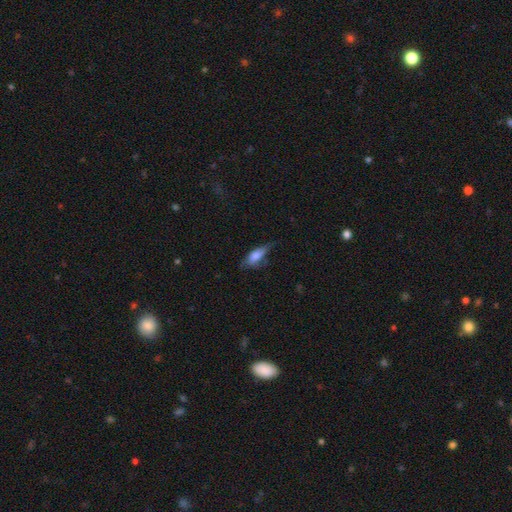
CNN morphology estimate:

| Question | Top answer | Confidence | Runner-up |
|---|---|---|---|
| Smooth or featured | smooth | 68% | featured or disk (24%) |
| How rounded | in between | 69% | cigar-shaped (28%) |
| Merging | none | 47% | minor disturbance (35%) |